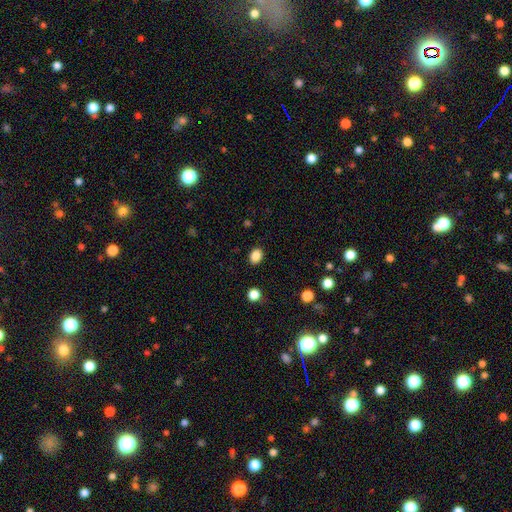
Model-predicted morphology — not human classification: The model was most divided on "how rounded": in between: 64%, round: 35%, cigar-shaped: 1%. More confident: merging — none (89%); smooth or featured — smooth (87%).